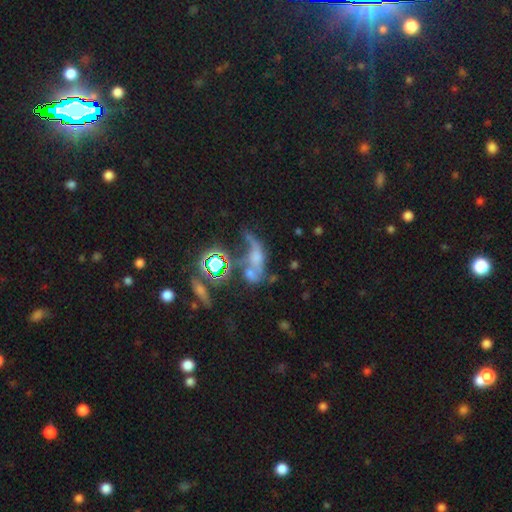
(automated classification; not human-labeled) smooth_or_featured: featured or disk (p=0.34) [alt: star or artifact p=0.33]
merging: merger (p=0.32) [alt: major disturbance p=0.30]